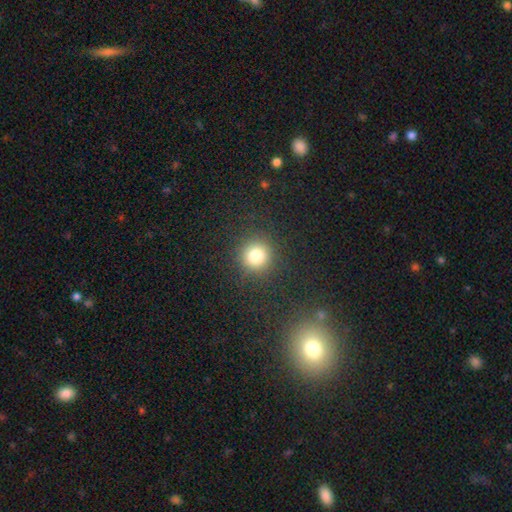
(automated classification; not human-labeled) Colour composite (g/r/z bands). It shows a smooth galaxy with no disk features (79%) that is round (93%). Merging: none (90%).